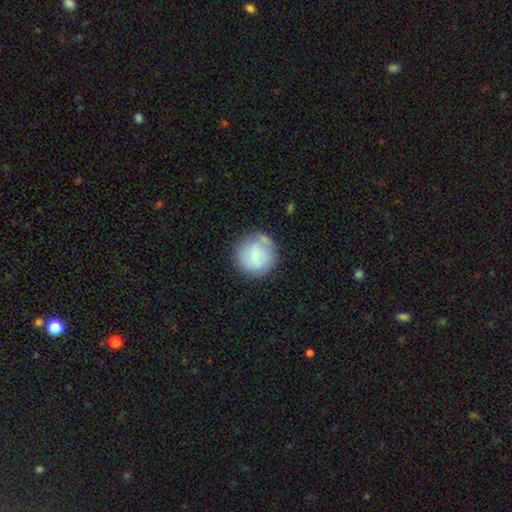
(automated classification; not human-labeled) Q: Smooth or featured?
A: smooth (77%); runner-up: featured or disk (15%)
Q: How rounded?
A: round (93%); runner-up: in between (6%)
Q: Merging?
A: none (68%); runner-up: minor disturbance (18%)